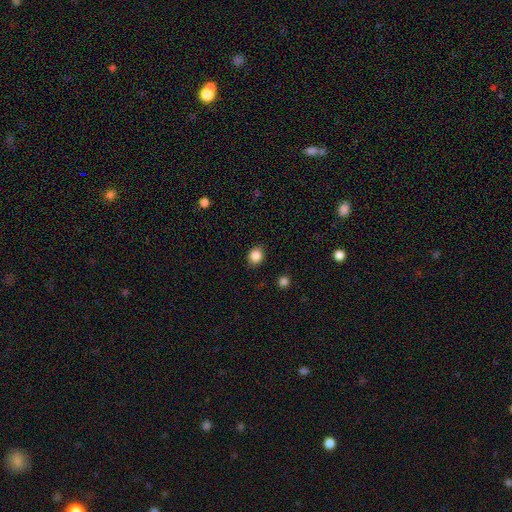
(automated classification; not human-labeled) Morphology: type=smooth (86%); roundness=round (69%); merging=none (88%).